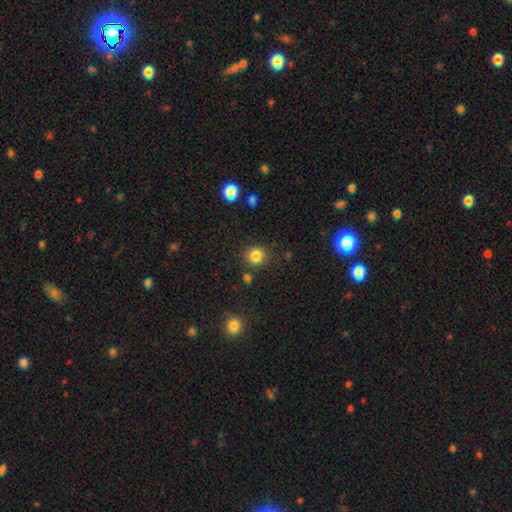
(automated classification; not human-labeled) Overall: smooth (84%). How rounded: round (91%). Merging: none (85%).